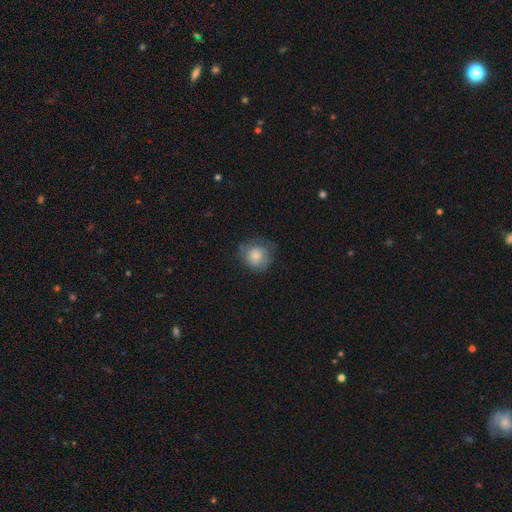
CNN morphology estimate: This is likely a smooth galaxy (71%). How rounded: clearly round (87%). Merging: likely none (63%).